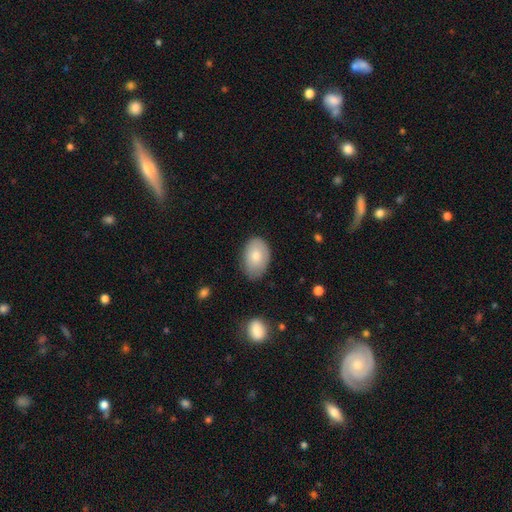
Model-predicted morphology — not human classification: A smooth galaxy with no disk features (78%) that is in between round and cigar-shaped (87%).

Vote fractions:
- Smooth or featured? smooth: 78% / featured or disk: 15% / star or artifact: 6%
- How rounded? in between: 87% / round: 12% / cigar-shaped: 1%
- Merging? none: 73% / minor disturbance: 21% / major disturbance: 4% / merger: 1%